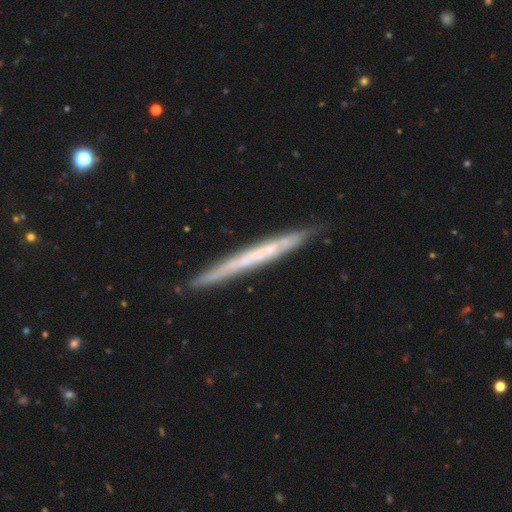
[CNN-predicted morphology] smooth_or_featured: featured or disk (p=0.58) [alt: smooth p=0.35]
disk_edge_on: yes (p=0.94) [alt: no p=0.06]
edge_on_bulge: none (p=0.88) [alt: rounded p=0.09]
merging: none (p=0.87) [alt: minor disturbance p=0.10]